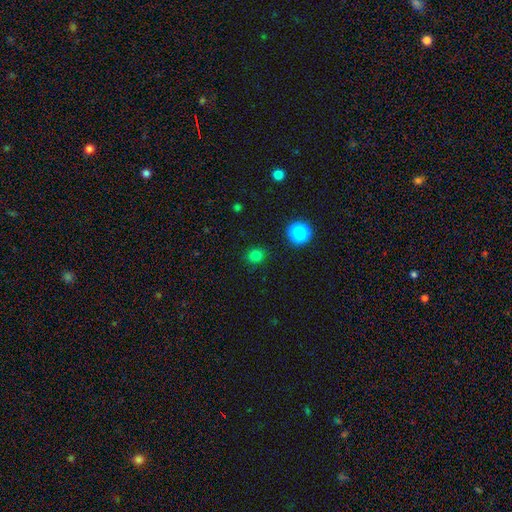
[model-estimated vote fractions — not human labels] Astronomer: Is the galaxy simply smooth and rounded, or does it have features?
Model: smooth — 78%.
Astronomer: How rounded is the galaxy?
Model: round — 84%.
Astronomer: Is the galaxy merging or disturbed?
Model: none — 88%.